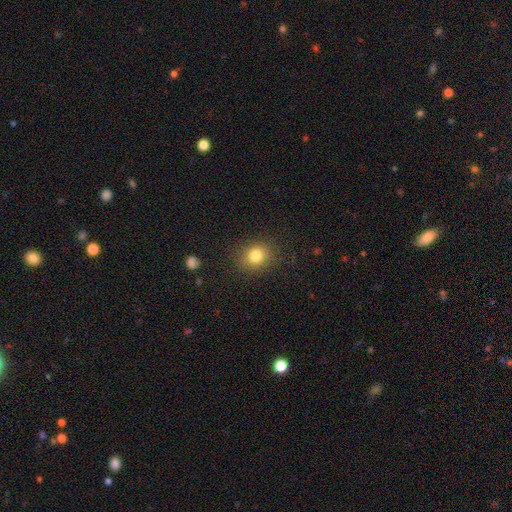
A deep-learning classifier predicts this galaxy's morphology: Smooth or featured?
  - smooth: 80% *
  - star or artifact: 12%
  - featured or disk: 8%
How rounded?
  - round: 70% *
  - in between: 29%
  - cigar-shaped: 1%
Merging?
  - none: 85% *
  - minor disturbance: 10%
  - major disturbance: 4%
  - merger: 1%